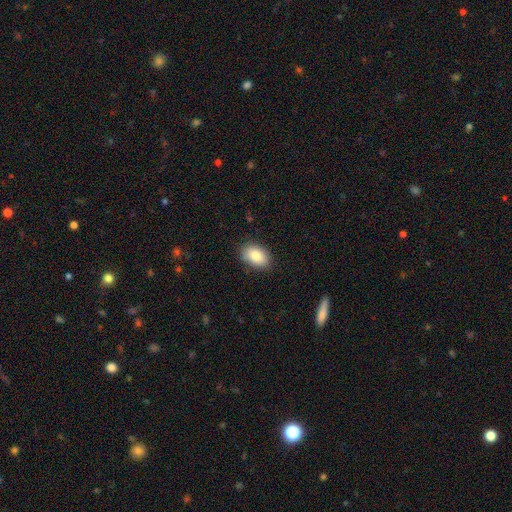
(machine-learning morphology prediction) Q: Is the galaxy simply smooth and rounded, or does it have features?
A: smooth — 85%.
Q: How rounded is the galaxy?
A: in between — 88%.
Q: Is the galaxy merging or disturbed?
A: none — 86%.